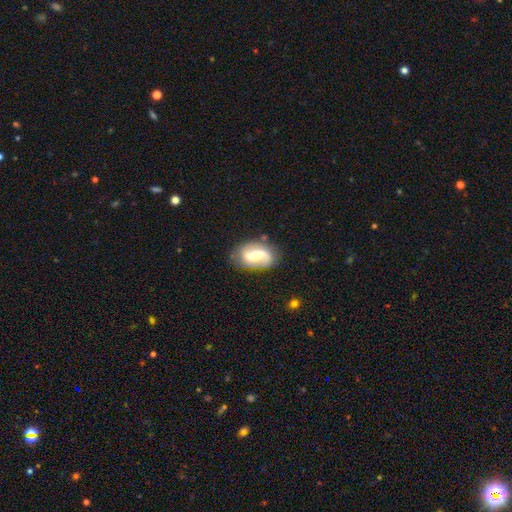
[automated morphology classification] The model was most divided on "bar": weak: 45%, strong: 29%, no: 26%. More confident: edge-on disk — no (97%); spiral arms — yes (91%); spiral arm count — 2 (88%); merging — none (78%); smooth or featured — featured or disk (75%); spiral winding — loose (54%); bulge size — moderate (53%).